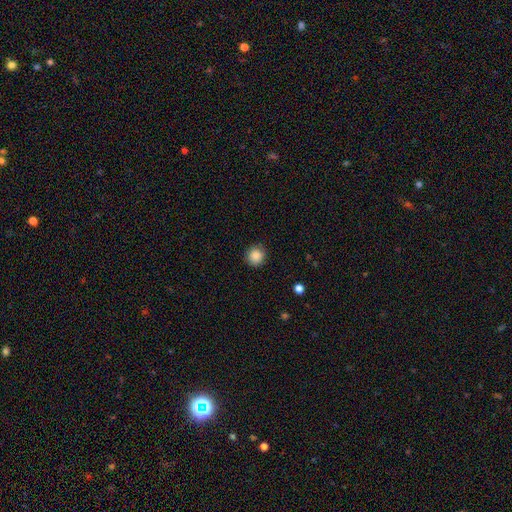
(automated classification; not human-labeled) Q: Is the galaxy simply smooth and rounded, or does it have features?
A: smooth — 87%.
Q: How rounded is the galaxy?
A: round — 90%.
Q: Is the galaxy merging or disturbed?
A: none — 88%.